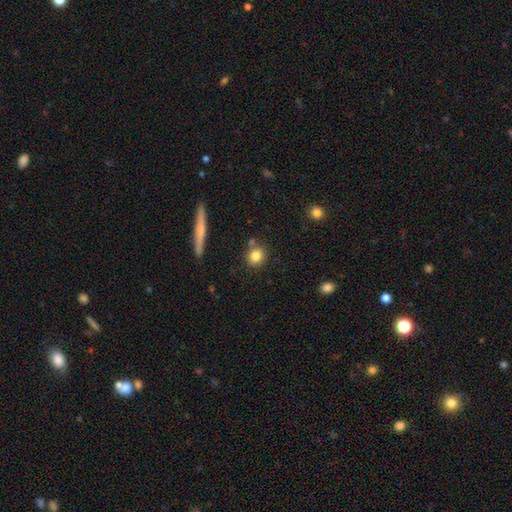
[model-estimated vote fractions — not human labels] Q: Smooth or featured?
A: smooth (81%); runner-up: star or artifact (10%)
Q: How rounded?
A: round (83%); runner-up: in between (14%)
Q: Merging?
A: none (76%); runner-up: merger (11%)